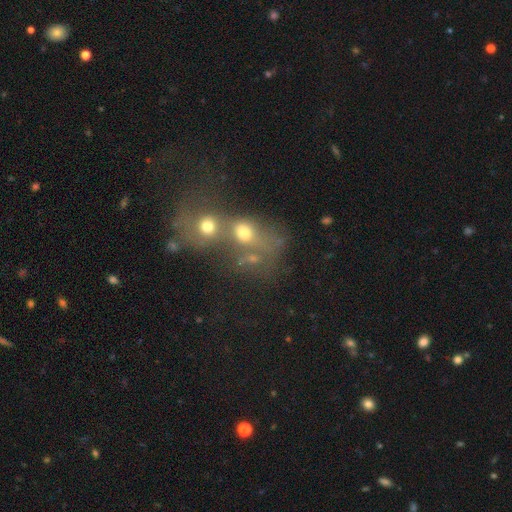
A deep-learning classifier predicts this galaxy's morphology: Overall: smooth (47%; featured or disk 28%). Merging: merger (74%).